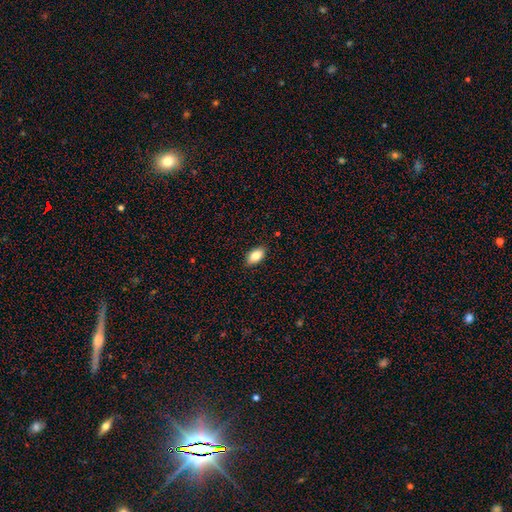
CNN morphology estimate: The model was most divided on "smooth or featured": smooth: 83%, featured or disk: 10%, star or artifact: 7%. More confident: how rounded — in between (92%); merging — none (88%).